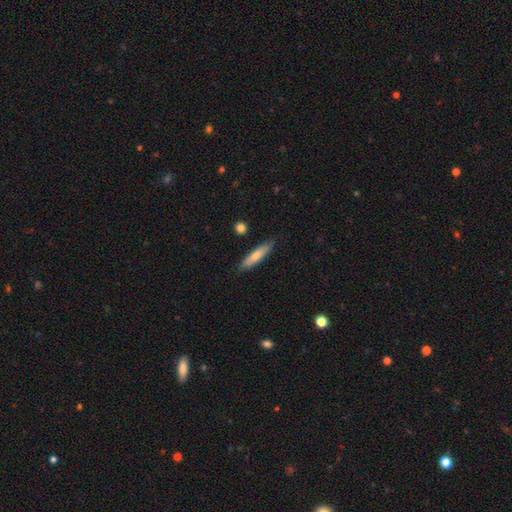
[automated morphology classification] This appears to be a smooth galaxy with no disk features (72%) that is cigar-shaped (82%). Merging: none (84%).